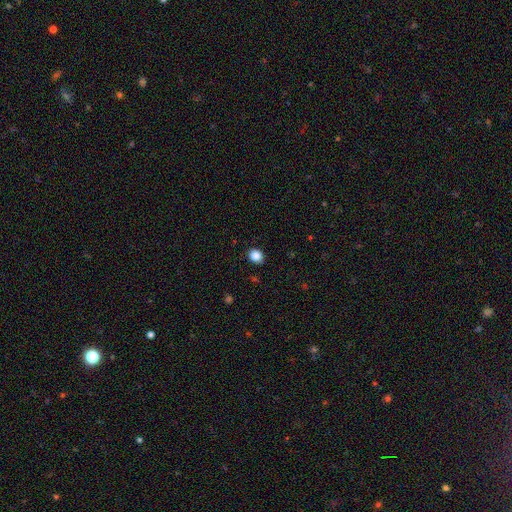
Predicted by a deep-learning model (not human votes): Smooth or featured? smooth (87%)
How rounded? round (67%)
Merging? none (90%)